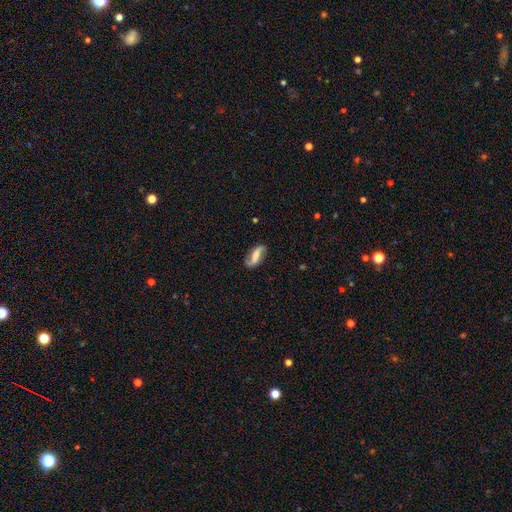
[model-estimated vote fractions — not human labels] Morphology: type=featured or disk (64%); edge-on=no (92%); bar=strong (38%); spiral arms=yes (91%); winding=loose (68%); arm count=2 (90%); bulge=none (29%); merging=none (77%).